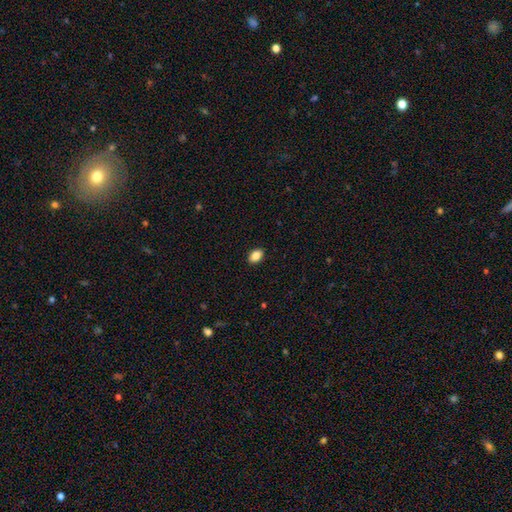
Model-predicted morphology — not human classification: smooth-or-featured: smooth: 87% | star or artifact: 8% | featured or disk: 5%
  how-rounded: in between: 86% | round: 13% | cigar-shaped: 2%
  merging: none: 90% | minor disturbance: 8% | major disturbance: 2% | merger: 1%